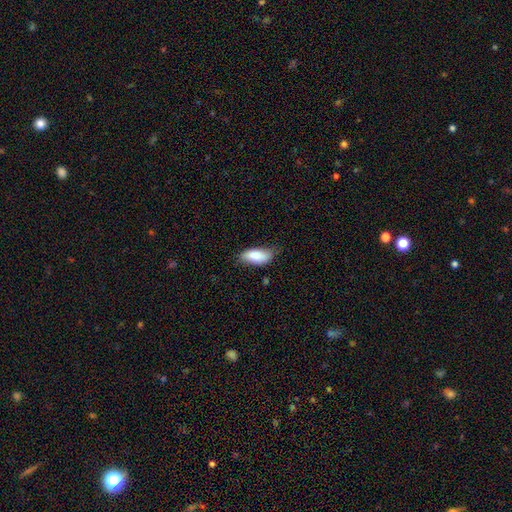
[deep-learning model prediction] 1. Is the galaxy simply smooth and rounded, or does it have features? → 83% smooth, 11% featured or disk, 6% star or artifact.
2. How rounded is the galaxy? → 87% in between, 11% cigar-shaped, 2% round.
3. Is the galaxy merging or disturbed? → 64% none, 29% minor disturbance, 5% major disturbance, 2% merger.